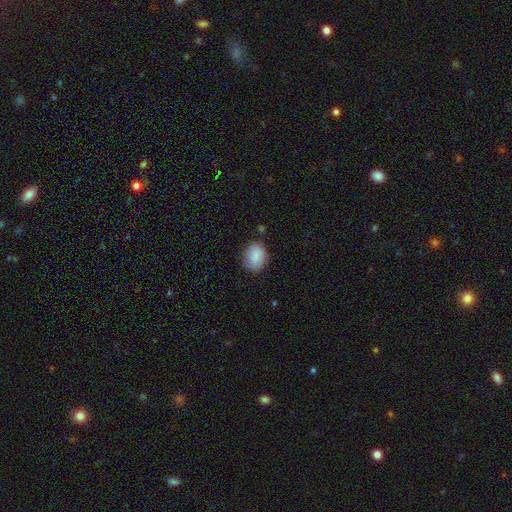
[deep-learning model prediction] Morphology: type=smooth (87%); roundness=in between (55%); merging=none (78%).